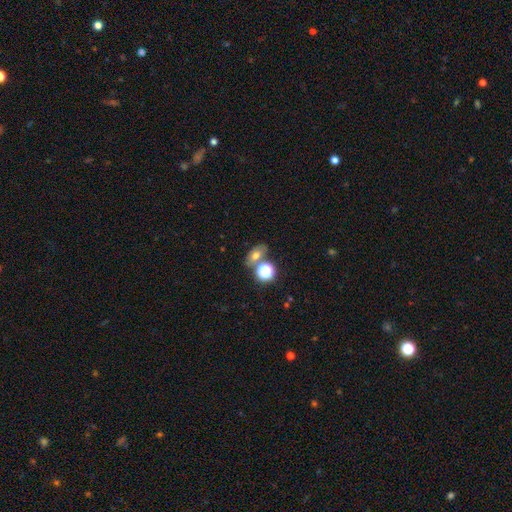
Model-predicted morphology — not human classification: A smooth galaxy with no disk features (61%) that is in between round and cigar-shaped (71%).

Vote fractions:
- Smooth or featured? smooth: 61% / star or artifact: 21% / featured or disk: 18%
- How rounded? in between: 71% / round: 26% / cigar-shaped: 3%
- Merging? none: 62% / merger: 21% / minor disturbance: 12% / major disturbance: 5%